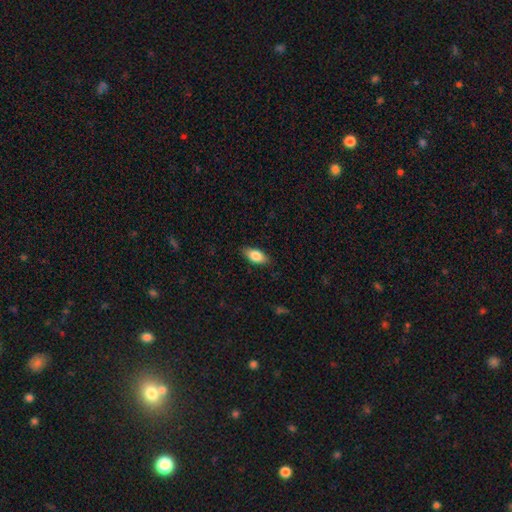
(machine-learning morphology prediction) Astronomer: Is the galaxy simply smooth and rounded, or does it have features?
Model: smooth — 81%.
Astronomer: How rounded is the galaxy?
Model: in between — 88%.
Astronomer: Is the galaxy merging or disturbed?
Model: none — 85%.